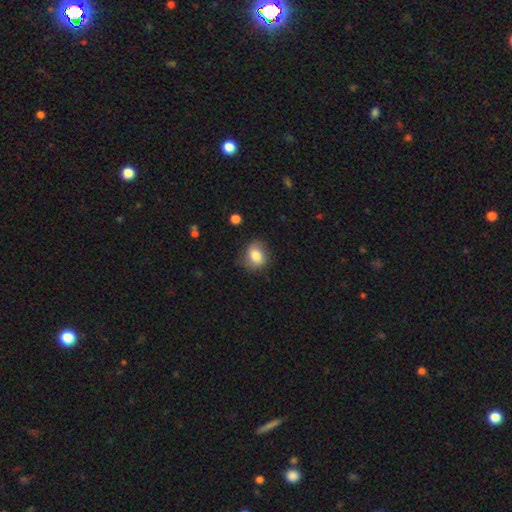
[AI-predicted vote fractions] A smooth galaxy with no disk features (79%) that is round (59%).

Vote fractions:
- Smooth or featured? smooth: 79% / featured or disk: 12% / star or artifact: 9%
- How rounded? round: 59% / in between: 40% / cigar-shaped: 1%
- Merging? none: 75% / minor disturbance: 19% / major disturbance: 5% / merger: 1%